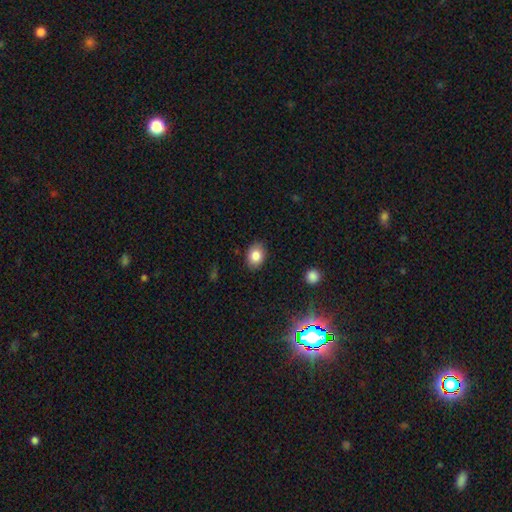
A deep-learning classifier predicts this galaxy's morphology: smooth 83%, star or artifact 9%, featured or disk 8%. Down the decision tree: how rounded — in between (70%); merging — none (87%).